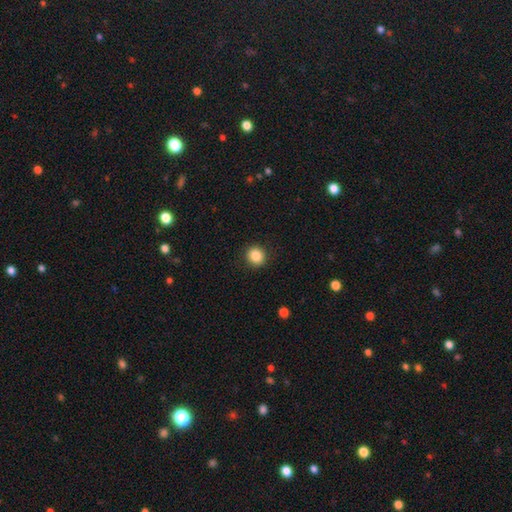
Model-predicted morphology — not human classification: A smooth galaxy with no disk features (86%) that is round (84%).

Vote fractions:
- Smooth or featured? smooth: 86% / star or artifact: 9% / featured or disk: 5%
- How rounded? round: 84% / in between: 15% / cigar-shaped: 1%
- Merging? none: 91% / minor disturbance: 6% / major disturbance: 2% / merger: 1%